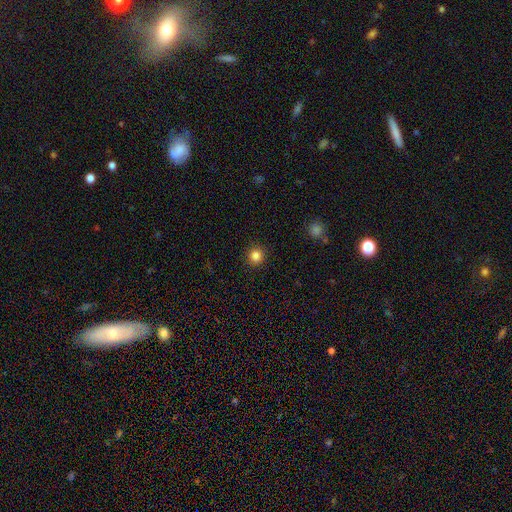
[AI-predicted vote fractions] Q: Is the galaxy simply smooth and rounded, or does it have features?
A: smooth — 84%.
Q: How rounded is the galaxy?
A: round — 94%.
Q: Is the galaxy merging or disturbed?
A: none — 91%.